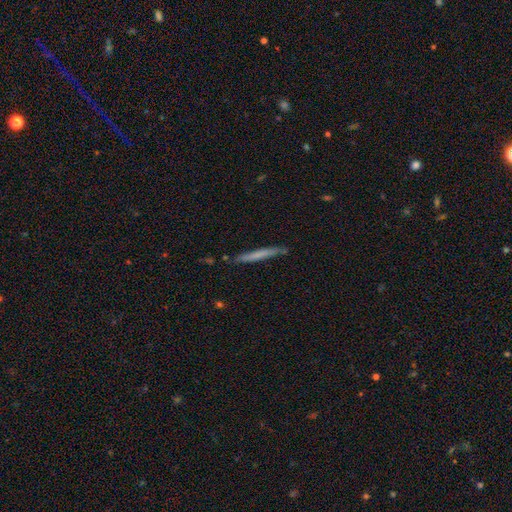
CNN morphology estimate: Smooth or featured? smooth (57%)
How rounded? cigar-shaped (96%)
Merging? none (86%)